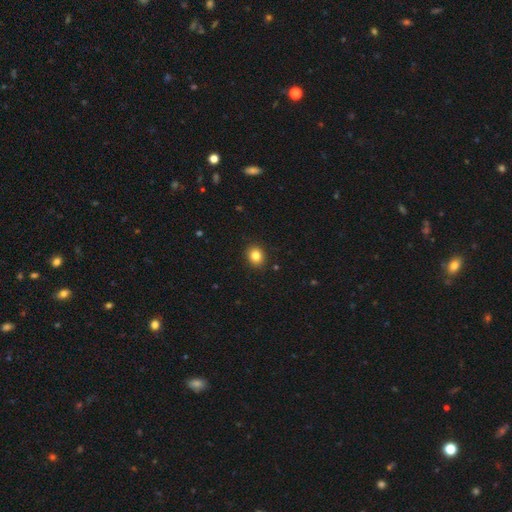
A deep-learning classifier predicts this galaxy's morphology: smooth-or-featured: smooth: 83% | star or artifact: 11% | featured or disk: 6%
  how-rounded: round: 68% | in between: 31% | cigar-shaped: 1%
  merging: none: 91% | minor disturbance: 6% | major disturbance: 2% | merger: 1%